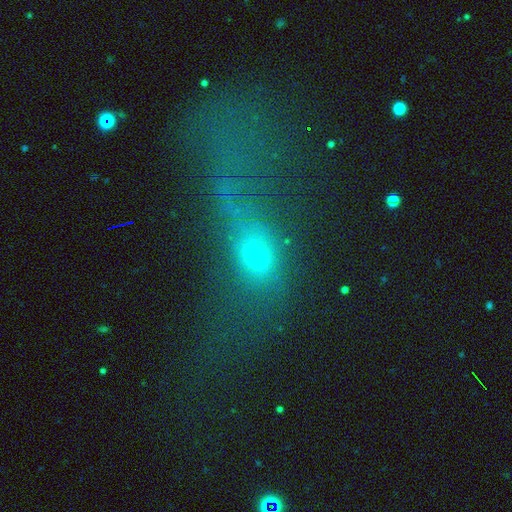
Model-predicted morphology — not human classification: Q: Smooth or featured?
A: smooth (52%); runner-up: star or artifact (25%)
Q: How rounded?
A: in between (72%); runner-up: round (21%)
Q: Merging?
A: none (33%); runner-up: major disturbance (31%)